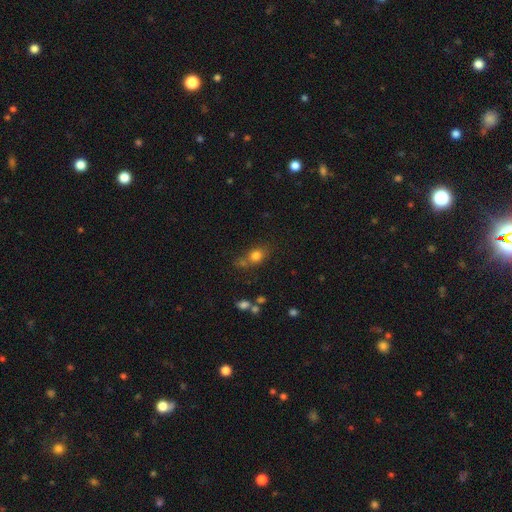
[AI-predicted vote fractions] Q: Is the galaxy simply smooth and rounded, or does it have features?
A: smooth — 78%.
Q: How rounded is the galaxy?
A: round — 51%.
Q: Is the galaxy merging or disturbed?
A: none — 58%.